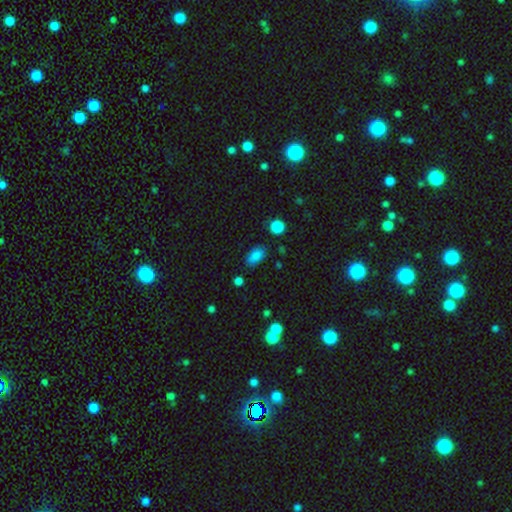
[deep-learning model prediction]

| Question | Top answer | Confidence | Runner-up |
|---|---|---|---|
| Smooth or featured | smooth | 85% | star or artifact (10%) |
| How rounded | in between | 90% | round (7%) |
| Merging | none | 79% | minor disturbance (15%) |